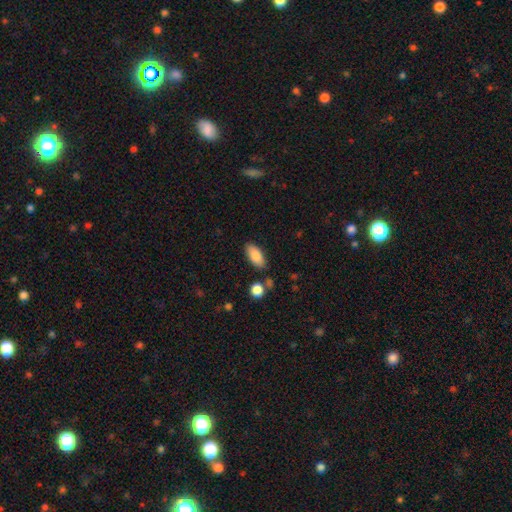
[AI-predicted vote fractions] Overall: smooth (86%). How rounded: in between (87%). Merging: none (81%).